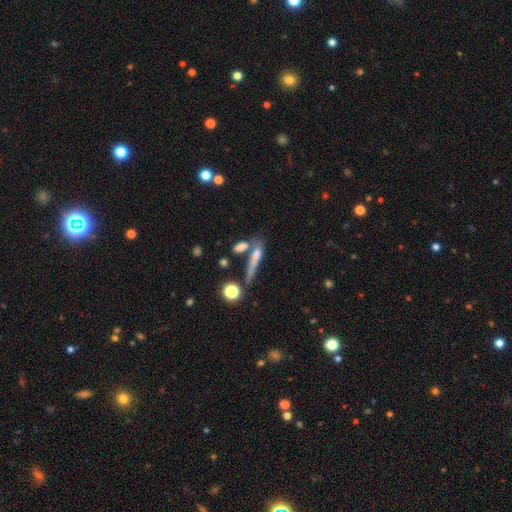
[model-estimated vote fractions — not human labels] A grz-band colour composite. It shows a smooth galaxy with no disk features (61%) that is cigar-shaped (67%). Merging: none (40%).